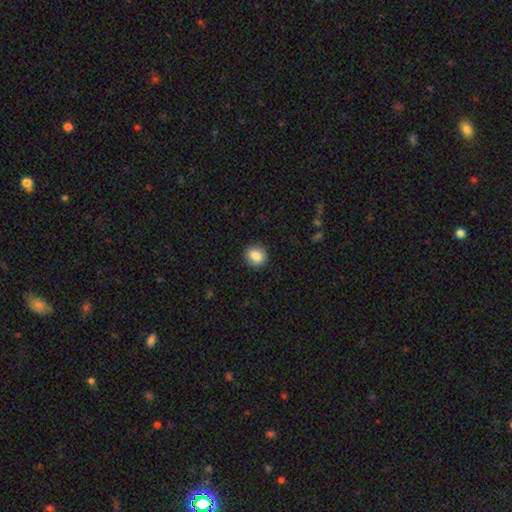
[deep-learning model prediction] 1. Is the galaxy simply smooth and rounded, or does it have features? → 86% smooth, 9% star or artifact, 6% featured or disk.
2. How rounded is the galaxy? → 80% round, 19% in between, 1% cigar-shaped.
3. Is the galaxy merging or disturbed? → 90% none, 7% minor disturbance, 2% major disturbance, 1% merger.